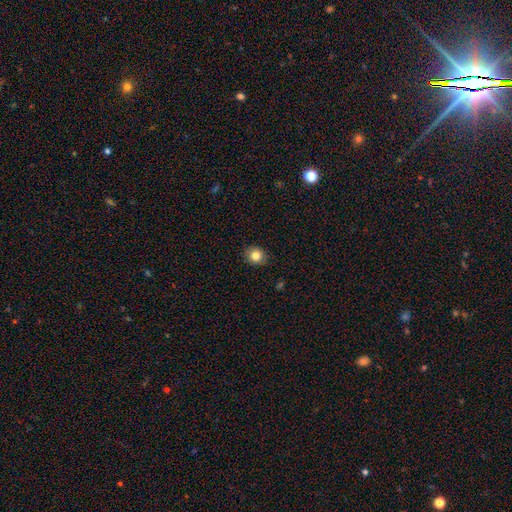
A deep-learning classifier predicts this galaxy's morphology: Smooth or featured? smooth (82%)
How rounded? round (71%)
Merging? none (89%)